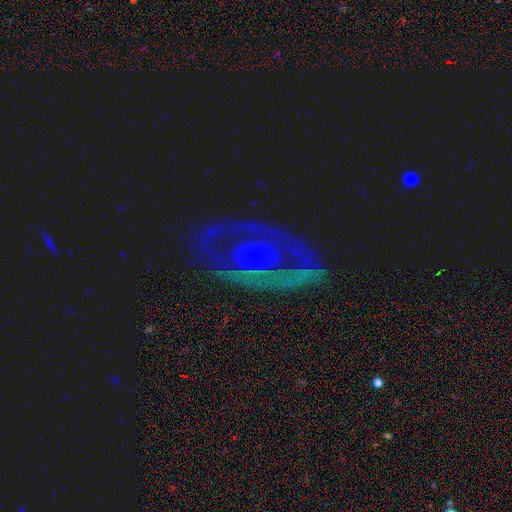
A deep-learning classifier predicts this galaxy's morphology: Smooth or featured: featured or disk — 72% (smooth — 18%)
Edge-on disk: no — 93% (yes — 7%)
Bar: no — 73% (weak — 18%)
Spiral arms: yes — 53% (no — 47%)
Bulge size: moderate — 53% (small — 39%)
Merging: none — 67% (minor disturbance — 16%)